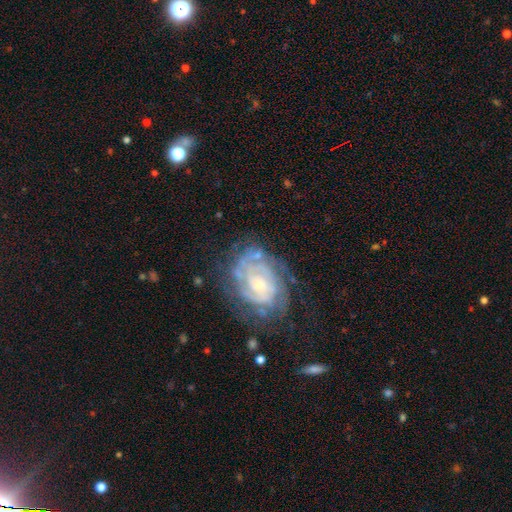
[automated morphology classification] featured or disk 85%, smooth 9%, star or artifact 6%. Down the decision tree: edge-on disk — no (97%); bar — no (70%); spiral arms — yes (94%); spiral arm count — can't tell (36%); spiral winding — tight (73%); bulge size — small (68%); merging — none (63%).